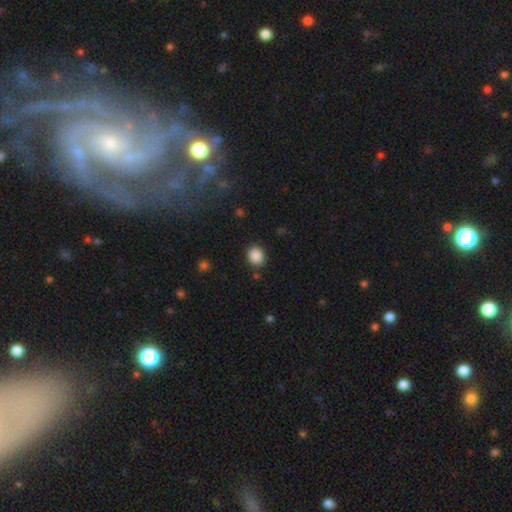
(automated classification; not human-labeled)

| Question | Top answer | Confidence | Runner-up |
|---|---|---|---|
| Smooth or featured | smooth | 88% | star or artifact (9%) |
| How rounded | round | 75% | in between (24%) |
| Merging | none | 87% | minor disturbance (8%) |